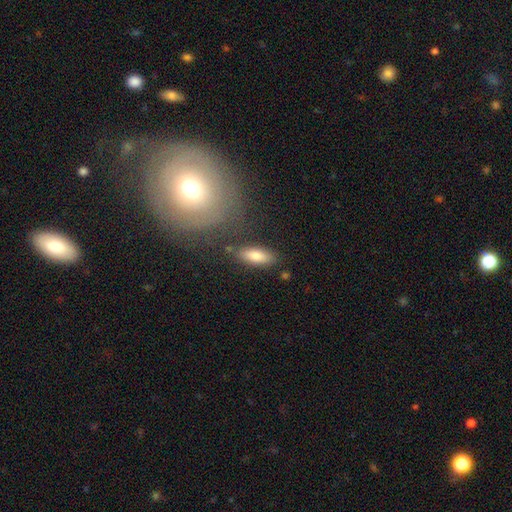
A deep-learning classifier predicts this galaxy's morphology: A smooth galaxy with no disk features (78%) that is in between round and cigar-shaped (77%).

Vote fractions:
- Smooth or featured? smooth: 78% / featured or disk: 15% / star or artifact: 7%
- How rounded? in between: 77% / cigar-shaped: 20% / round: 2%
- Merging? none: 80% / minor disturbance: 12% / merger: 5% / major disturbance: 3%